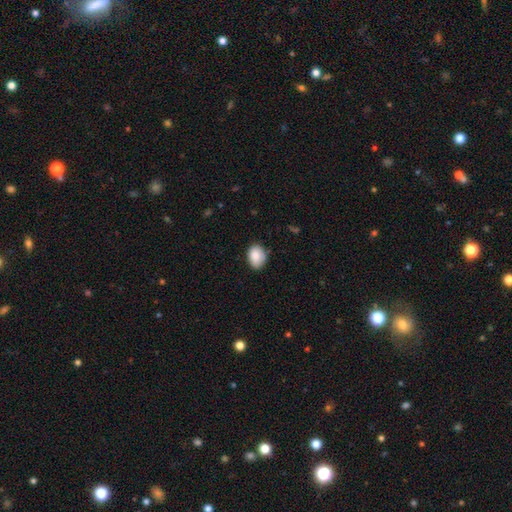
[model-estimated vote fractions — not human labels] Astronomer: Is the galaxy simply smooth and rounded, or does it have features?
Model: smooth — 86%.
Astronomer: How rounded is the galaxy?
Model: in between — 74%.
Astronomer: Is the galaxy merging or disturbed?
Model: none — 73%.